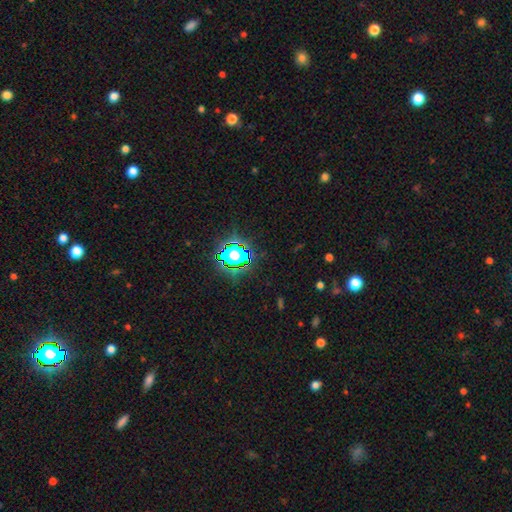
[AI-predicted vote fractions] smooth_or_featured: star or artifact (p=0.78) [alt: smooth p=0.14]